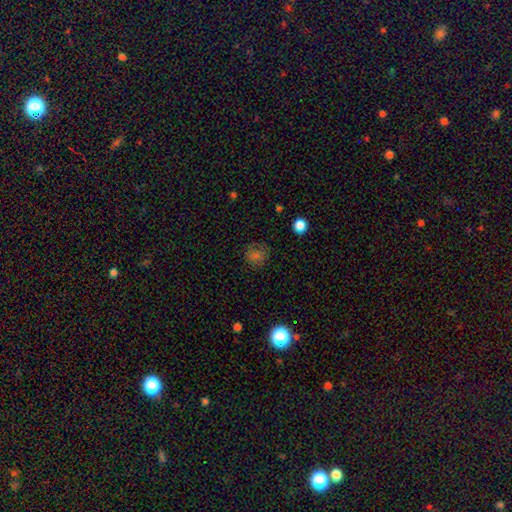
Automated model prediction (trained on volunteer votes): Smooth or featured? Predicted: smooth (p=0.64). How rounded? Predicted: round (p=0.82). Merging? Predicted: none (p=0.78).